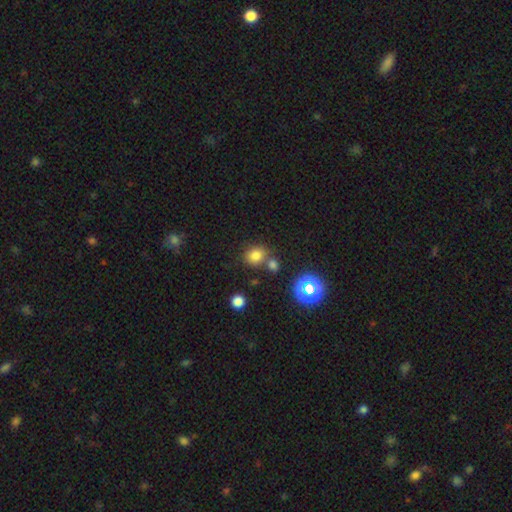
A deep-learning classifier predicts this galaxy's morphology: Smooth or featured?
  - smooth: 75% *
  - star or artifact: 18%
  - featured or disk: 7%
How rounded?
  - round: 69% *
  - in between: 30%
  - cigar-shaped: 1%
Merging?
  - none: 64% *
  - merger: 22%
  - minor disturbance: 11%
  - major disturbance: 4%